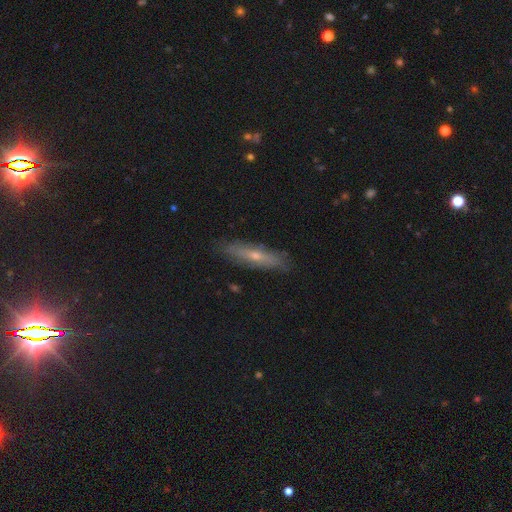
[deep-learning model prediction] The model was most divided on "smooth or featured": featured or disk: 52%, smooth: 41%, star or artifact: 7%. More confident: merging — none (84%); edge-on disk — yes (72%).